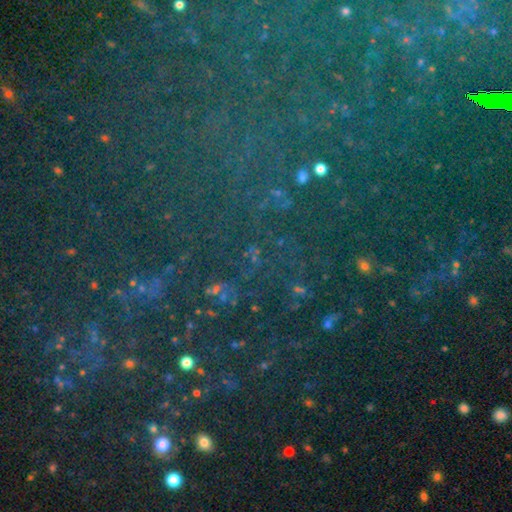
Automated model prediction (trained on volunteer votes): Smooth or featured? Predicted: star or artifact (p=0.83).